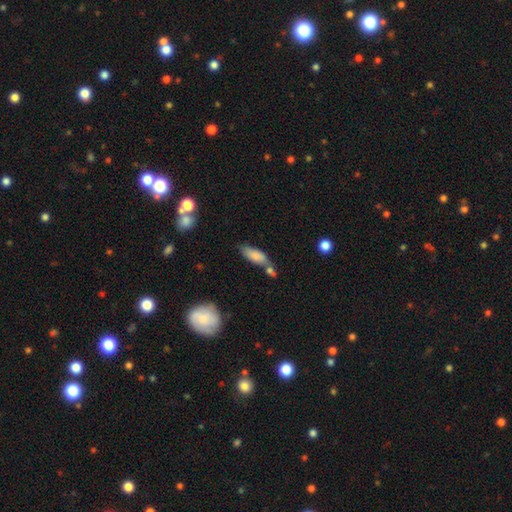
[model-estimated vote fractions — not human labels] A smooth galaxy with no disk features (78%) that is in between round and cigar-shaped (65%).

Vote fractions:
- Smooth or featured? smooth: 78% / featured or disk: 15% / star or artifact: 7%
- How rounded? in between: 65% / cigar-shaped: 32% / round: 2%
- Merging? none: 45% / merger: 29% / minor disturbance: 20% / major disturbance: 6%